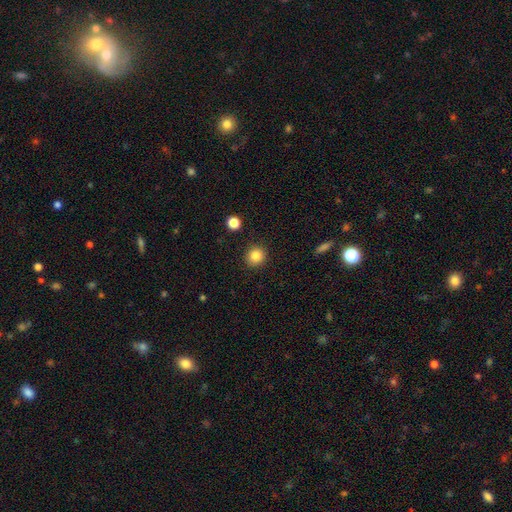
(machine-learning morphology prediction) A smooth galaxy with no disk features (85%) that is round (91%). Merging: none (90%).